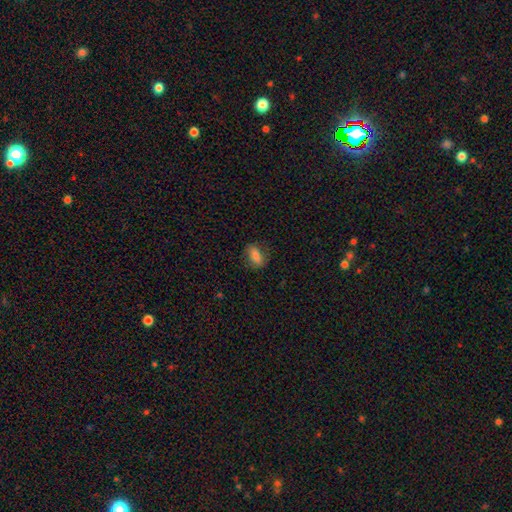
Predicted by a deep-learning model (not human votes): This is likely a smooth galaxy (76%). How rounded: clearly in between (82%). Merging: likely none (79%).